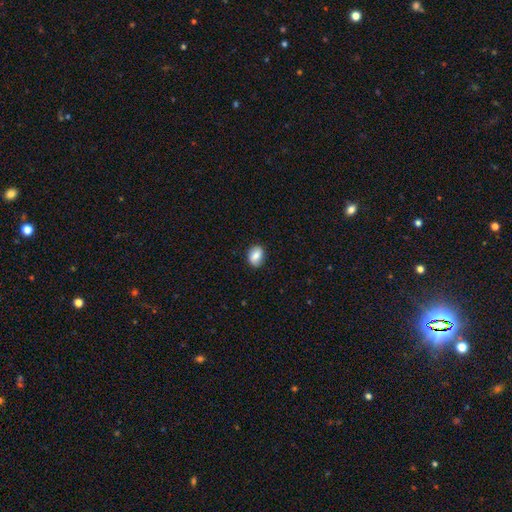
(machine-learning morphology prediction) Smooth or featured?
  - smooth: 81% *
  - featured or disk: 12%
  - star or artifact: 8%
How rounded?
  - in between: 72% *
  - round: 26%
  - cigar-shaped: 1%
Merging?
  - none: 85% *
  - minor disturbance: 11%
  - major disturbance: 2%
  - merger: 1%